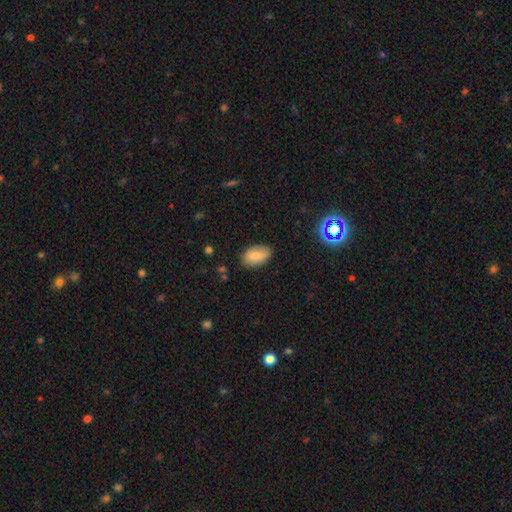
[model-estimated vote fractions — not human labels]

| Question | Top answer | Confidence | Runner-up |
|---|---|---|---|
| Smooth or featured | smooth | 80% | featured or disk (12%) |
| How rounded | in between | 92% | round (6%) |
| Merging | none | 83% | minor disturbance (13%) |